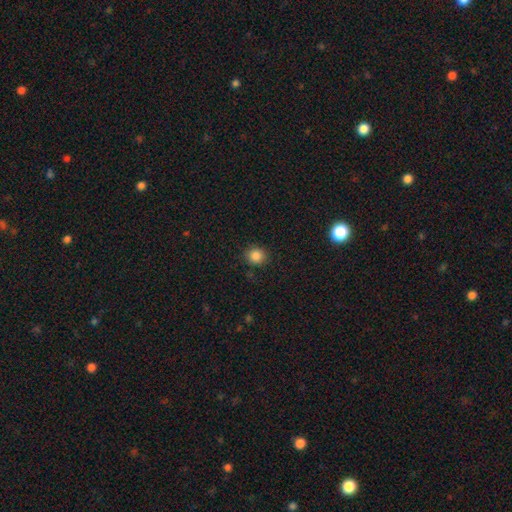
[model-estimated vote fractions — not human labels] Overall: smooth (85%). How rounded: round (89%). Merging: none (88%).